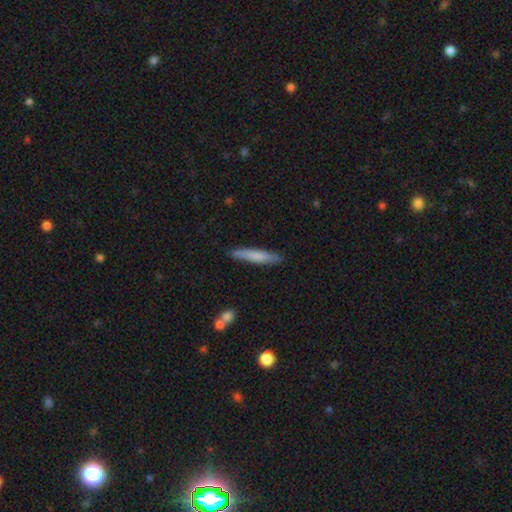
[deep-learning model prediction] smooth_or_featured: smooth (p=0.73) [alt: featured or disk p=0.21]
how_rounded: cigar-shaped (p=0.93) [alt: in between p=0.06]
merging: none (p=0.87) [alt: minor disturbance p=0.10]